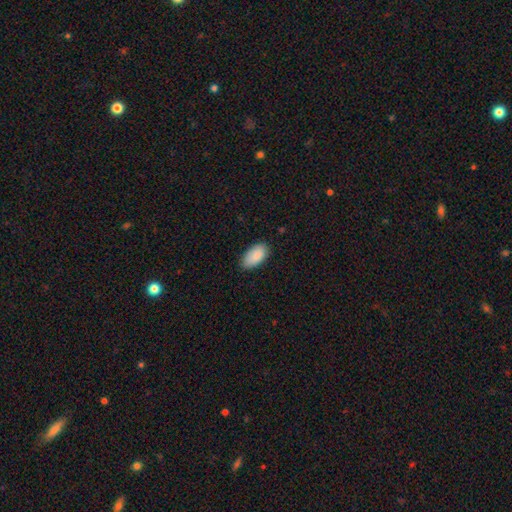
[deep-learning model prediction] A smooth galaxy with no disk features (88%) that is in between round and cigar-shaped (95%).

Vote fractions:
- Smooth or featured? smooth: 88% / star or artifact: 7% / featured or disk: 6%
- How rounded? in between: 95% / cigar-shaped: 3% / round: 2%
- Merging? none: 82% / minor disturbance: 15% / major disturbance: 2% / merger: 1%